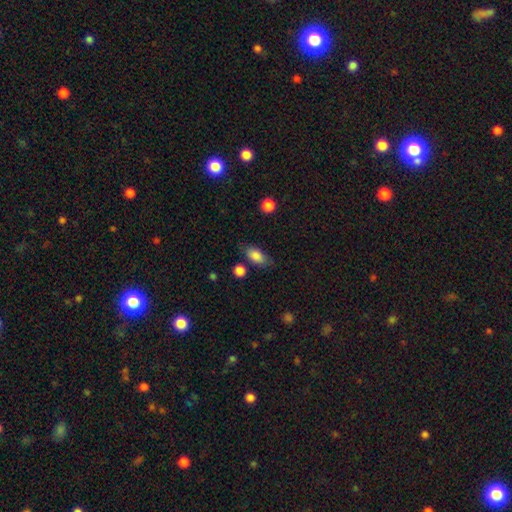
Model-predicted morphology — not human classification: Smooth or featured? Predicted: smooth (p=0.85). How rounded? Predicted: in between (p=0.88). Merging? Predicted: none (p=0.75).